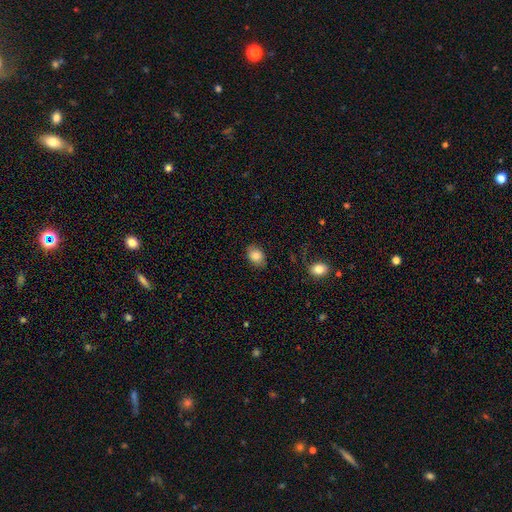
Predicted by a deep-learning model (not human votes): This is clearly a smooth galaxy (83%). How rounded: likely in between (69%). Merging: clearly none (81%).